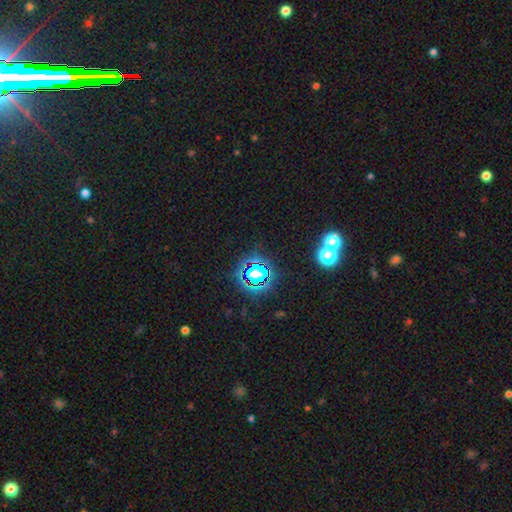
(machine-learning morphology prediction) A star or artifact, not a galaxy (77%).

Vote fractions:
- Smooth or featured? star or artifact: 77% / smooth: 14% / featured or disk: 8%